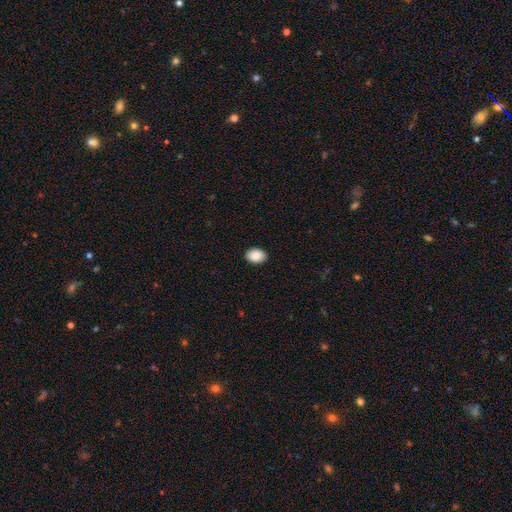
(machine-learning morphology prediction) A smooth galaxy with no disk features (90%) that is in between round and cigar-shaped (82%). Merging: none (90%).